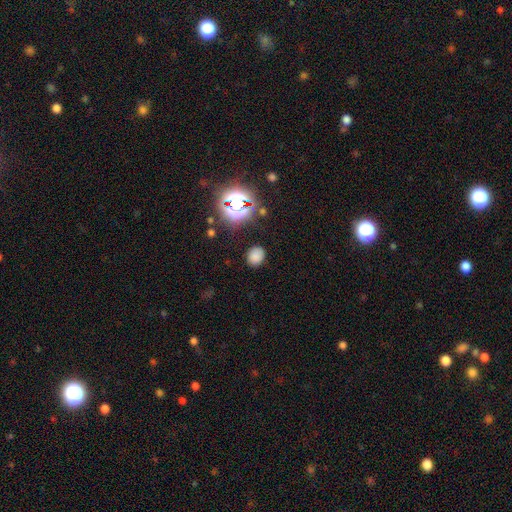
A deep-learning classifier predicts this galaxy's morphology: smooth-or-featured: smooth: 76% | star or artifact: 19% | featured or disk: 6%
  how-rounded: round: 52% | in between: 47% | cigar-shaped: 1%
  merging: none: 83% | minor disturbance: 12% | major disturbance: 4% | merger: 2%